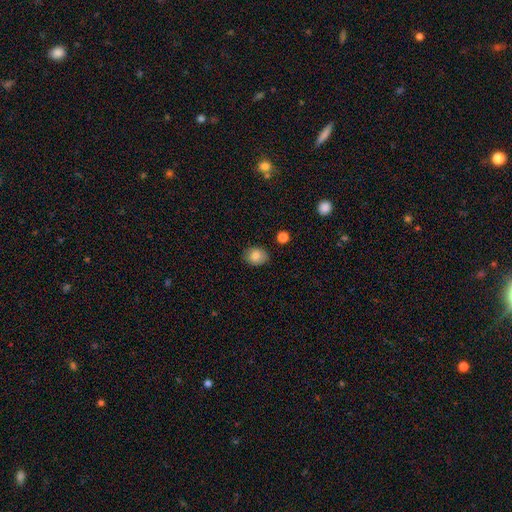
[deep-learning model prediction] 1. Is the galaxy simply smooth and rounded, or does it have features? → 80% smooth, 11% featured or disk, 9% star or artifact.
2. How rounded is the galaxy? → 51% round, 48% in between, 1% cigar-shaped.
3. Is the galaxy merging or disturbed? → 85% none, 12% minor disturbance, 2% major disturbance, 2% merger.